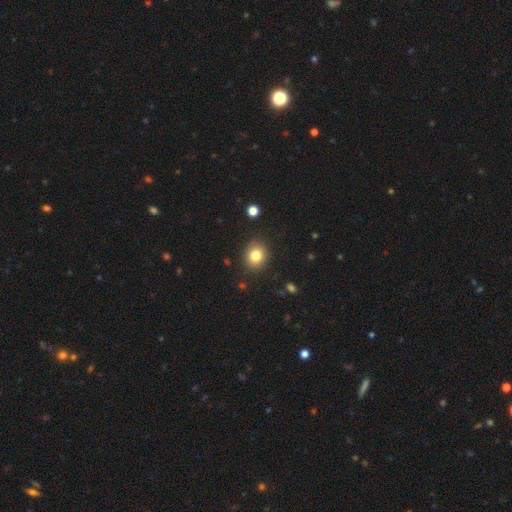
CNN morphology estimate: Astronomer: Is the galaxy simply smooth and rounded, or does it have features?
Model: smooth — 81%.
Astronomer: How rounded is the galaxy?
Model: round — 78%.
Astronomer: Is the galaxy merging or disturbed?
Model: none — 88%.